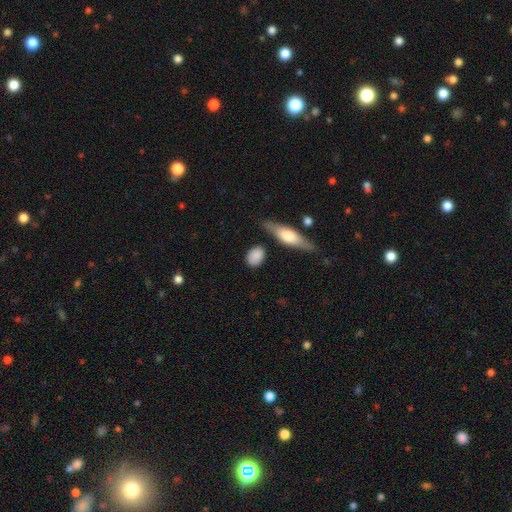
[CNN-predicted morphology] The model was most divided on "how rounded": in between: 68%, round: 26%, cigar-shaped: 5%. More confident: smooth or featured — smooth (85%); merging — none (77%).